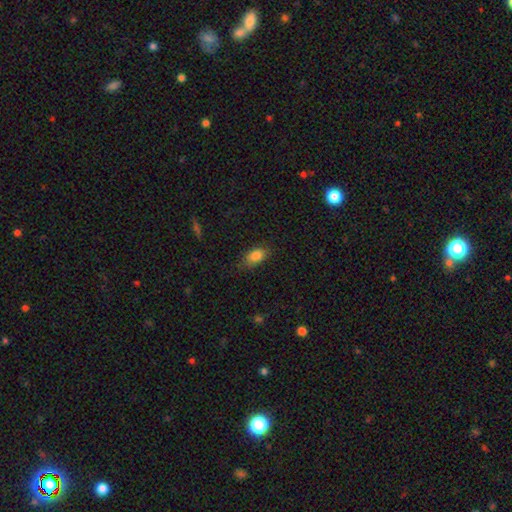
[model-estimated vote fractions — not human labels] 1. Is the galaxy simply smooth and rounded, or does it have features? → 85% smooth, 9% star or artifact, 7% featured or disk.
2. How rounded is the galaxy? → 86% in between, 9% round, 5% cigar-shaped.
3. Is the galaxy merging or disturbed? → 73% none, 21% minor disturbance, 5% major disturbance, 1% merger.